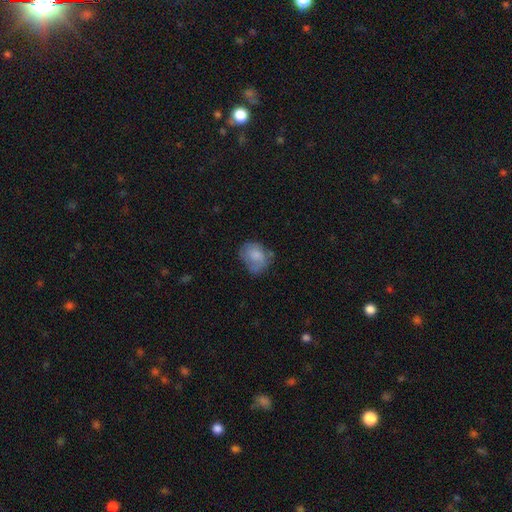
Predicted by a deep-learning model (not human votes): This appears to be a smooth galaxy with no disk features (70%) that is in between round and cigar-shaped (52%). Merging: none (50%).